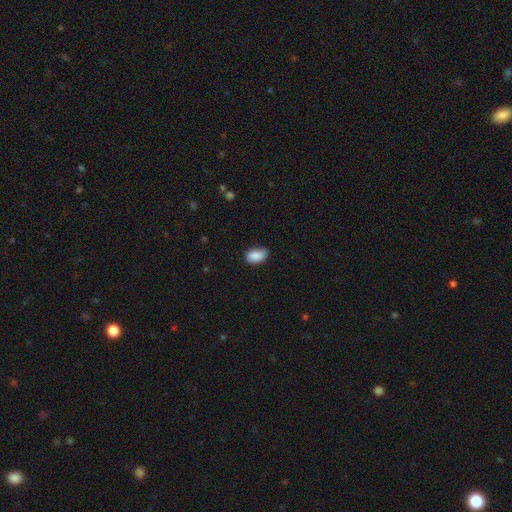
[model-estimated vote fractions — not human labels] A smooth galaxy with no disk features (85%) that is in between round and cigar-shaped (88%).

Vote fractions:
- Smooth or featured? smooth: 85% / star or artifact: 7% / featured or disk: 7%
- How rounded? in between: 88% / round: 11% / cigar-shaped: 2%
- Merging? none: 65% / minor disturbance: 28% / major disturbance: 5% / merger: 2%